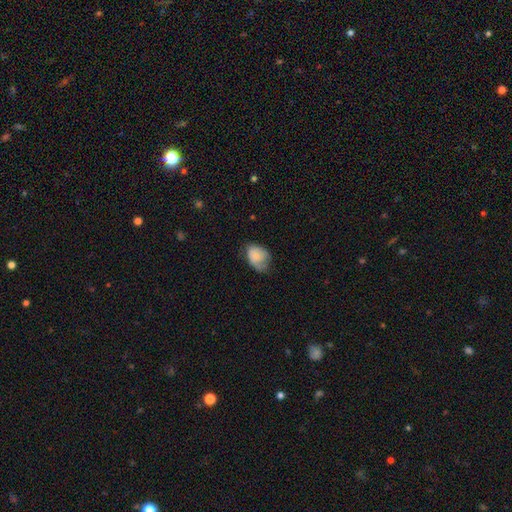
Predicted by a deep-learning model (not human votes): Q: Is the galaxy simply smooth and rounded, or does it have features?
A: smooth — 71%.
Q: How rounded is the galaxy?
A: in between — 75%.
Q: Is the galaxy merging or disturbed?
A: none — 41%.